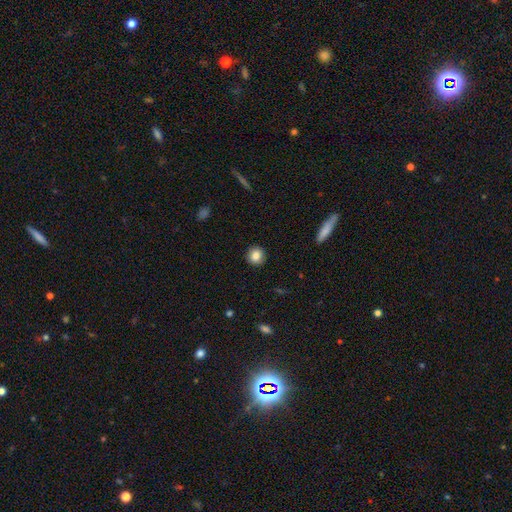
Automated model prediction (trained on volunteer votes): smooth-or-featured: smooth: 85% | star or artifact: 9% | featured or disk: 6%
  how-rounded: round: 90% | in between: 9% | cigar-shaped: 1%
  merging: none: 91% | minor disturbance: 6% | major disturbance: 2% | merger: 1%